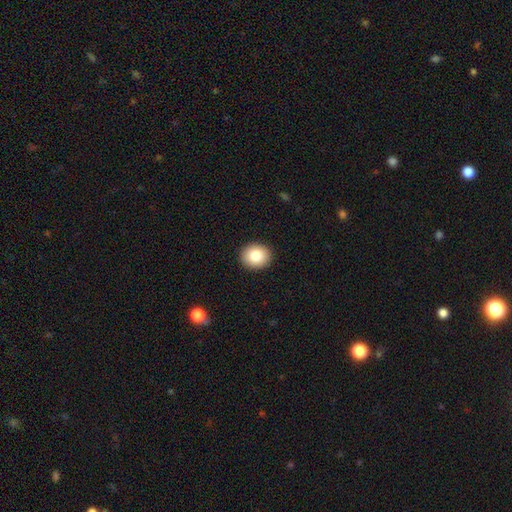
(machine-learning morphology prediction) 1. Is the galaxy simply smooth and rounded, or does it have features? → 84% smooth, 8% star or artifact, 7% featured or disk.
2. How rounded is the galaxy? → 66% round, 34% in between, 1% cigar-shaped.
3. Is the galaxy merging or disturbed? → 92% none, 6% minor disturbance, 2% major disturbance, 1% merger.